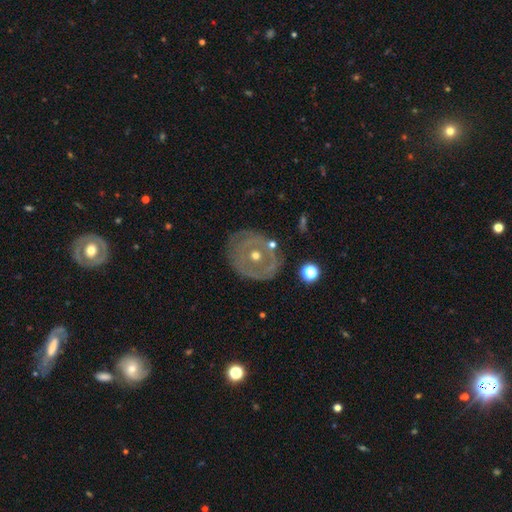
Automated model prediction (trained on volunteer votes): This appears to be a featured or disk galaxy (68%) with no bar (83%), no spiral arms (61%) and a moderate central bulge (61%). Merging: none (72%).